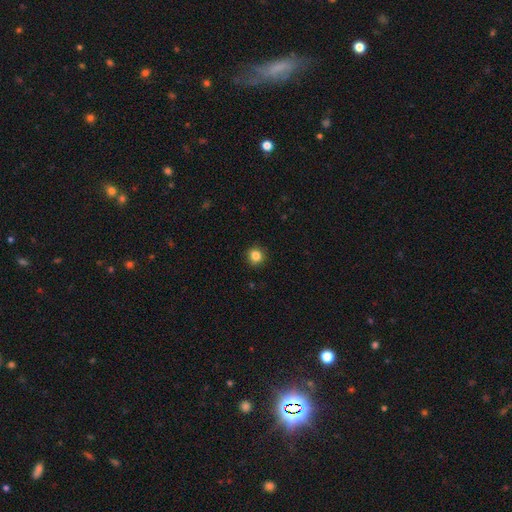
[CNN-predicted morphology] smooth-or-featured: smooth: 84% | star or artifact: 11% | featured or disk: 5%
  how-rounded: round: 89% | in between: 10% | cigar-shaped: 1%
  merging: none: 91% | minor disturbance: 6% | major disturbance: 2% | merger: 1%